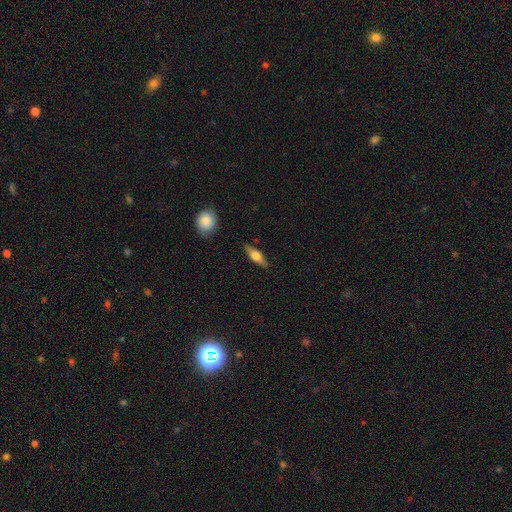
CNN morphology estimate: A smooth galaxy with no disk features (52%) that is in between round and cigar-shaped (50%).

Vote fractions:
- Smooth or featured? smooth: 52% / featured or disk: 42% / star or artifact: 6%
- How rounded? in between: 50% / cigar-shaped: 47% / round: 4%
- Merging? none: 85% / minor disturbance: 11% / major disturbance: 2% / merger: 2%